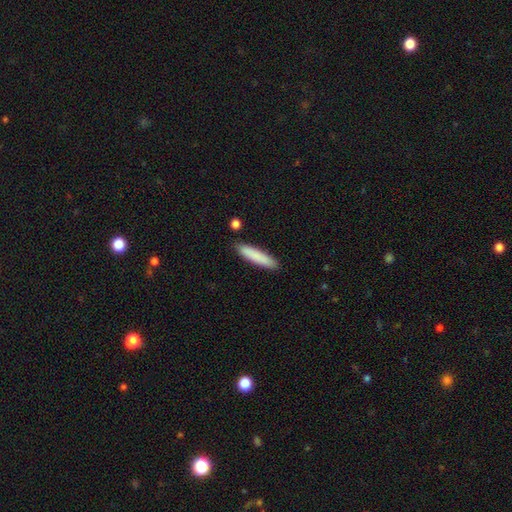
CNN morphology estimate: A smooth galaxy with no disk features (84%) that is cigar-shaped (87%). Merging: none (88%).